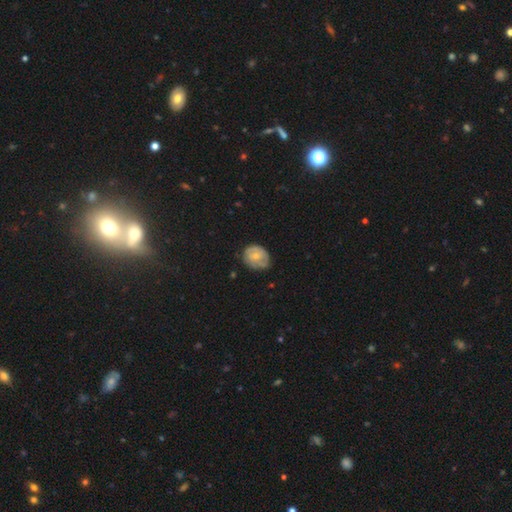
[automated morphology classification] A smooth galaxy with no disk features (49%). Merging: none (58%).